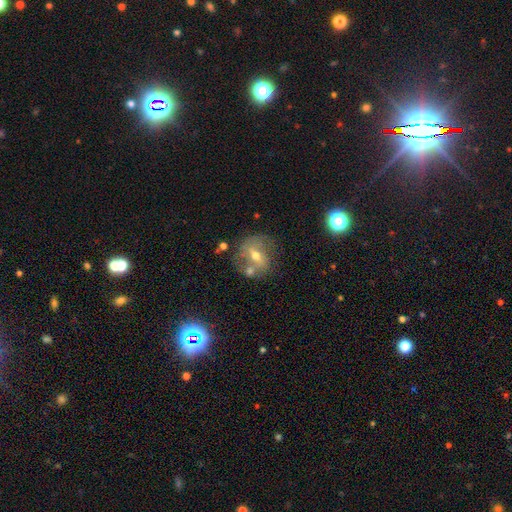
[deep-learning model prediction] Morphology: type=featured or disk (58%); edge-on=no (92%); bar=weak (41%); spiral arms=yes (56%); bulge=moderate (66%); merging=none (55%).